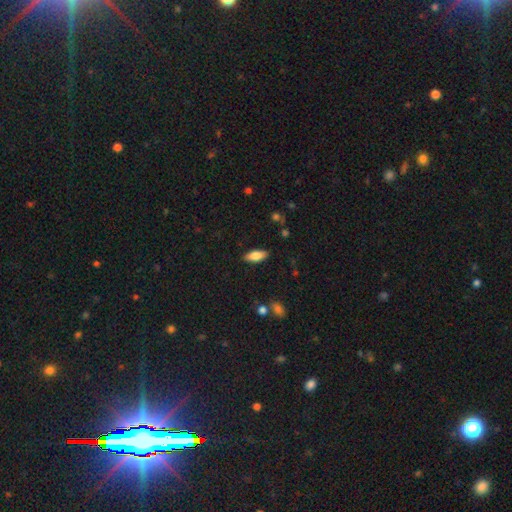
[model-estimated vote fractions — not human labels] This appears to be a smooth galaxy with no disk features (78%) that is in between round and cigar-shaped (81%). Merging: none (87%).